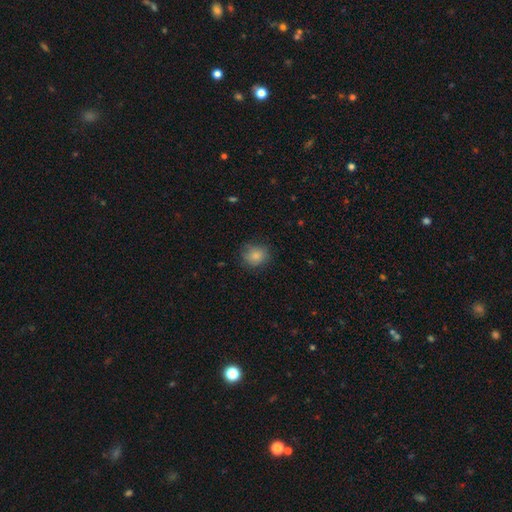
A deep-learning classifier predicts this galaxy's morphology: A smooth galaxy with no disk features (84%) that is round (78%).

Vote fractions:
- Smooth or featured? smooth: 84% / star or artifact: 10% / featured or disk: 6%
- How rounded? round: 78% / in between: 21% / cigar-shaped: 1%
- Merging? none: 77% / minor disturbance: 18% / major disturbance: 5% / merger: 1%